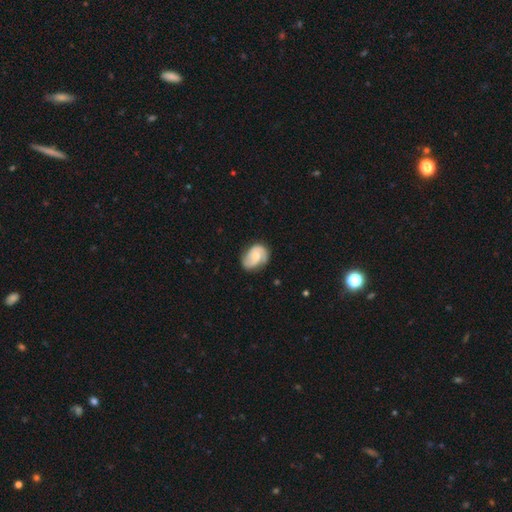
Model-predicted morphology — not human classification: The model was most divided on "bulge size" (2-way tie): moderate: 42%, small: 42%, none: 10%, large: 5%, dominant: 1%. Remaining: edge-on disk — no (97%); spiral arms — yes (94%); spiral arm count — 2 (78%); merging — none (69%); smooth or featured — featured or disk (67%); bar — no (61%); spiral winding — medium (44%).